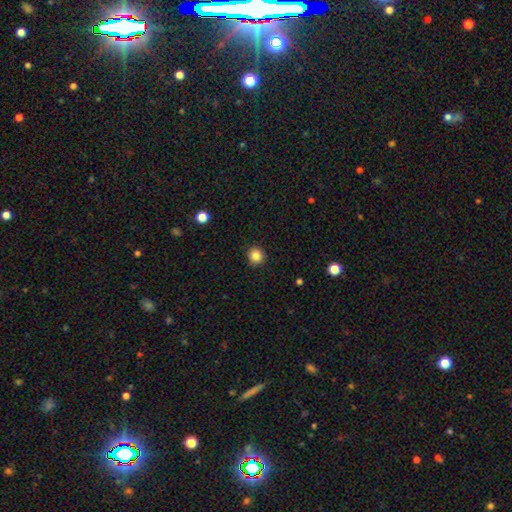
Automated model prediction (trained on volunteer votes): This appears to be a smooth galaxy with no disk features (85%) that is round (90%). Merging: none (92%).